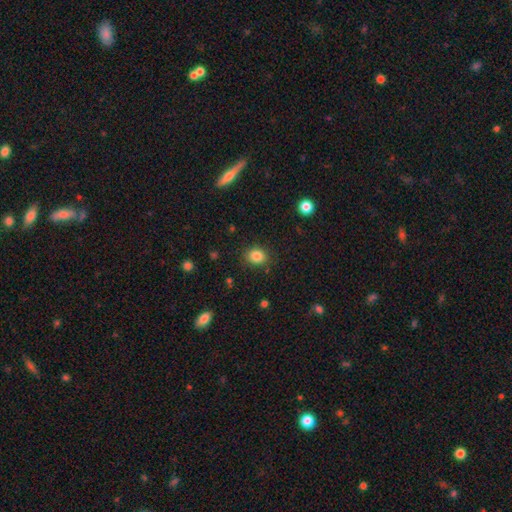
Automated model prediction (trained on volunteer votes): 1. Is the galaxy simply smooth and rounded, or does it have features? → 85% smooth, 10% star or artifact, 5% featured or disk.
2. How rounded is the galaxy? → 62% round, 37% in between, 1% cigar-shaped.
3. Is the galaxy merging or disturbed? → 84% none, 11% minor disturbance, 3% major disturbance, 2% merger.